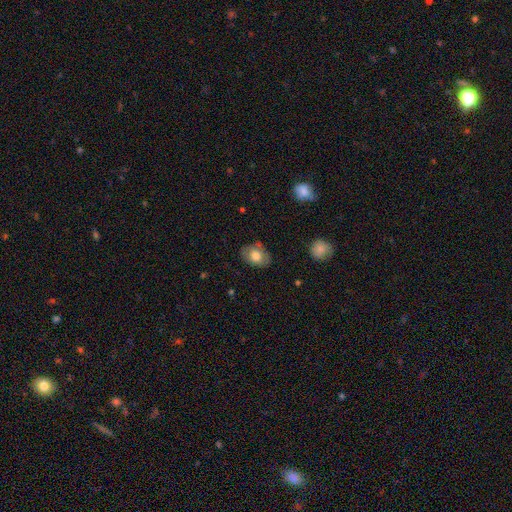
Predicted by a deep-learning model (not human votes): A smooth galaxy with no disk features (69%) that is in between round and cigar-shaped (72%). Merging: none (73%).